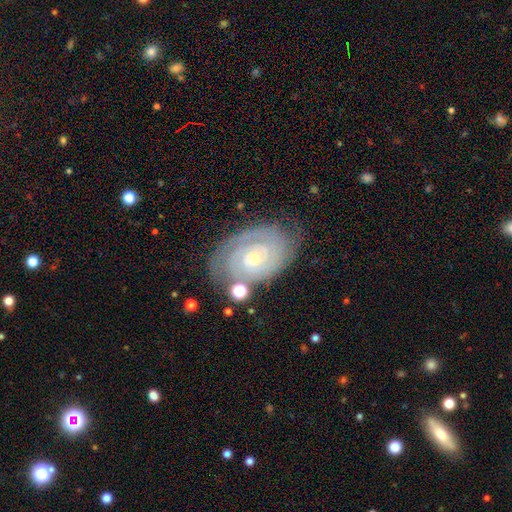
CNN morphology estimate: Overall: featured or disk (84%). Edge-on disk: no (96%). Bar: no (67%). Spiral arms: yes (95%). Spiral arm count: 2 (52%; can't tell 25%). Spiral winding: tight (80%). Bulge size: small (59%; moderate 36%). Merging: none (72%).